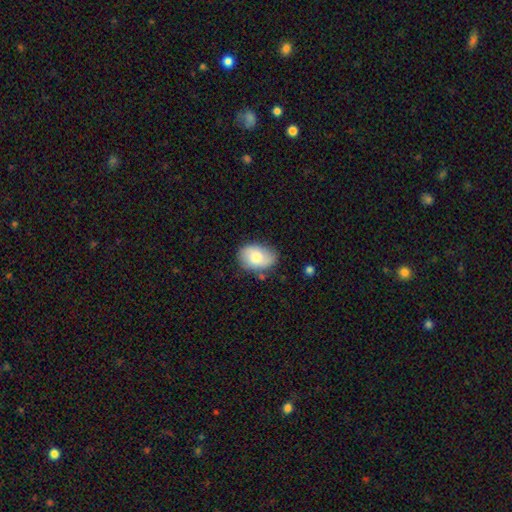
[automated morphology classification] type=smooth (70%); roundness=in between (78%); merging=none (67%).